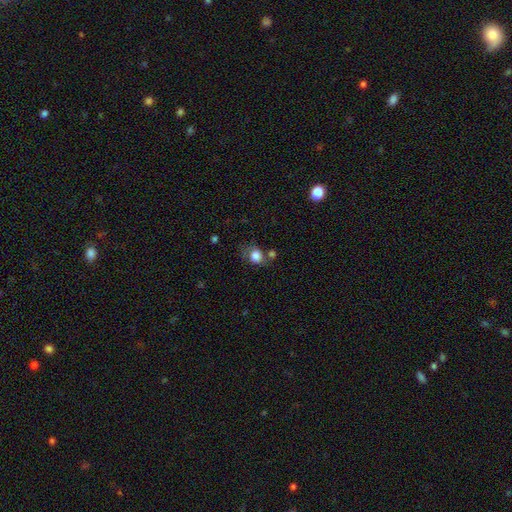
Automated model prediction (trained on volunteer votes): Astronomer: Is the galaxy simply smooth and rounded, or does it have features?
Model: smooth — 81%.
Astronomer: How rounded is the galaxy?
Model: round — 60% (runner-up: in between, 39%).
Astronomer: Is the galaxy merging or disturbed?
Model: none — 49% (runner-up: minor disturbance, 24%).